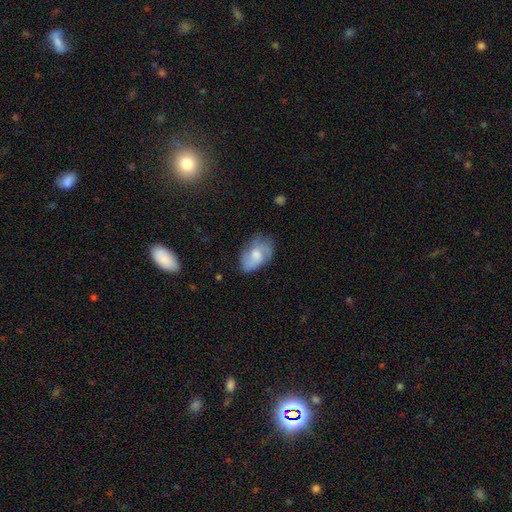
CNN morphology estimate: type=smooth (52%); roundness=in between (87%); merging=none (57%).